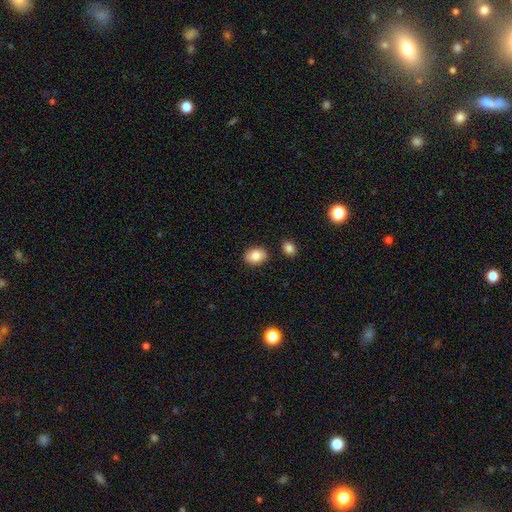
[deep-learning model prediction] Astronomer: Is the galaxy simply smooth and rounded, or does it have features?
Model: smooth — 86%.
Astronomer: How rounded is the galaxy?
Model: in between — 66%.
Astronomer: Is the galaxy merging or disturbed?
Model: none — 84%.